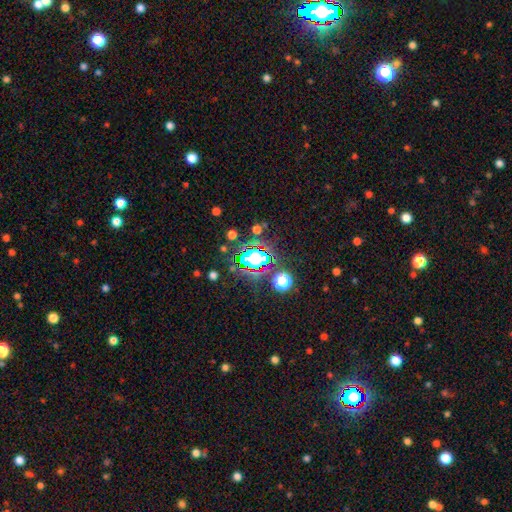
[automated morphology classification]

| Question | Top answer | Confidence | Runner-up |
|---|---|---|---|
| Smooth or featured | star or artifact | 68% | smooth (22%) |